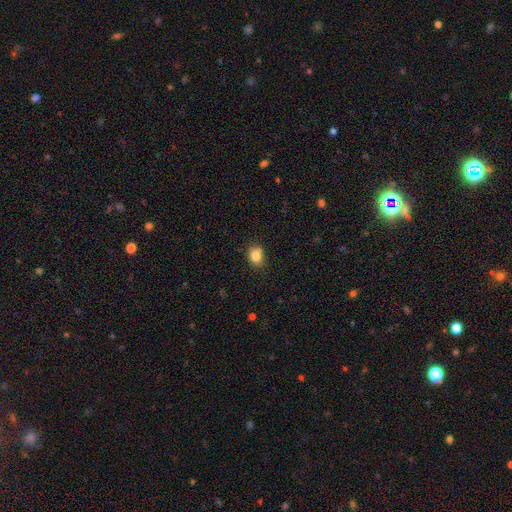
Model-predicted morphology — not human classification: smooth-or-featured: smooth: 84% | star or artifact: 10% | featured or disk: 6%
  how-rounded: round: 53% | in between: 46% | cigar-shaped: 1%
  merging: none: 80% | minor disturbance: 15% | major disturbance: 3% | merger: 3%